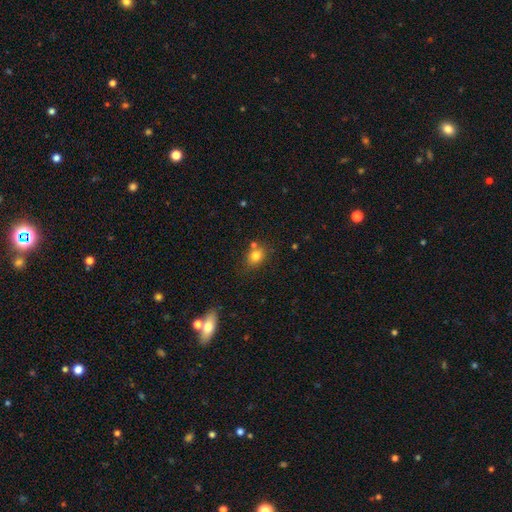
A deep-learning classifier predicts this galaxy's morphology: Smooth or featured: smooth — 79% (star or artifact — 12%)
How rounded: in between — 53% (round — 46%)
Merging: none — 64% (minor disturbance — 16%)